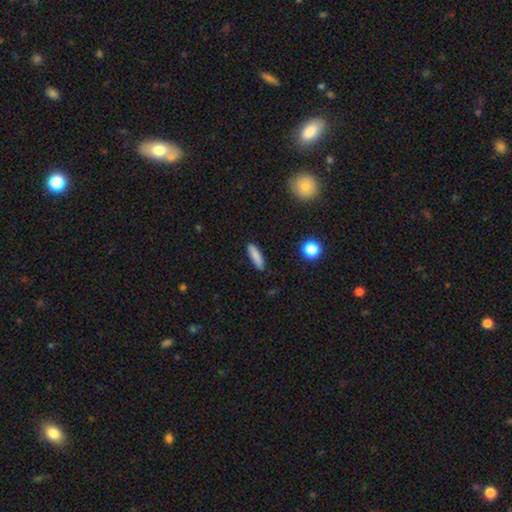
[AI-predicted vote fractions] smooth 84%, star or artifact 8%, featured or disk 8%. Down the decision tree: how rounded — cigar-shaped (67%); merging — none (88%).